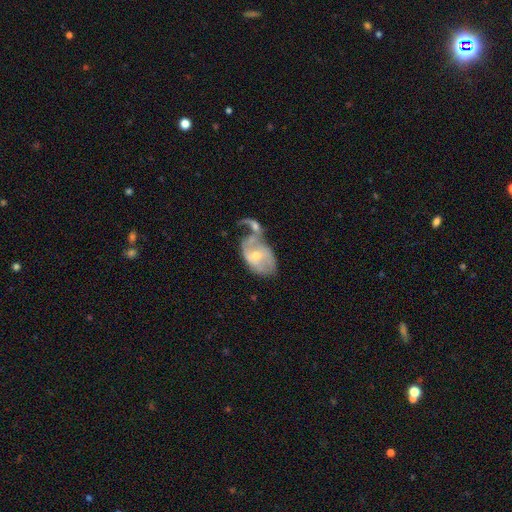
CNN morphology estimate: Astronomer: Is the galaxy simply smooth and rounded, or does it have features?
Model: featured or disk — 67%.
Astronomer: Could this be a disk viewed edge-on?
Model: no — 95%.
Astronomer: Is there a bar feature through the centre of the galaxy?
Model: no — 52% (runner-up: weak, 38%).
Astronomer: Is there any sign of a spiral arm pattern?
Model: yes — 70%.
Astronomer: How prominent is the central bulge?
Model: small — 51% (runner-up: moderate, 44%).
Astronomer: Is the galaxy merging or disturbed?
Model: merger — 44% (runner-up: major disturbance, 20%).